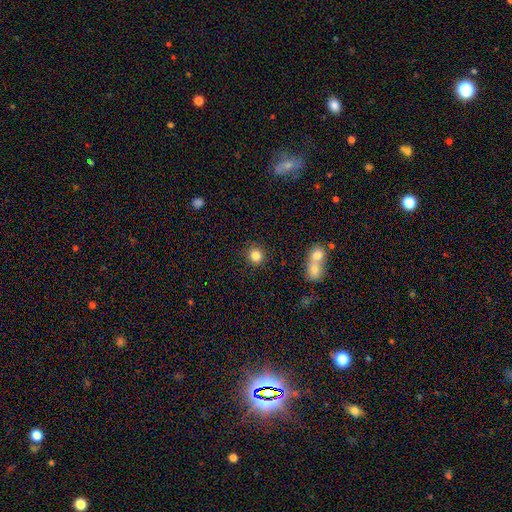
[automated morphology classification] Smooth or featured: smooth — 83% (star or artifact — 11%)
How rounded: round — 89% (in between — 10%)
Merging: none — 86% (minor disturbance — 7%)